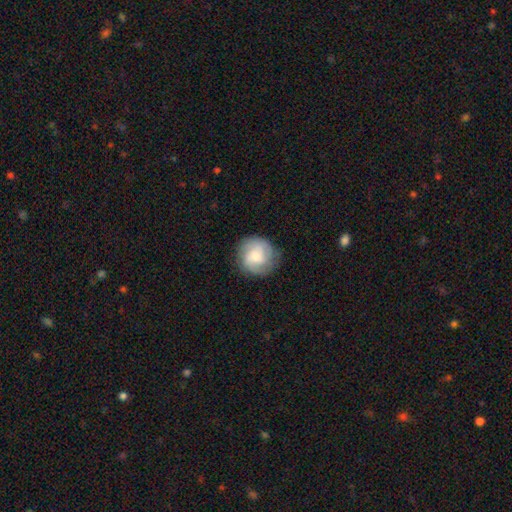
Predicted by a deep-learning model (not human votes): smooth_or_featured: smooth (p=0.50) [alt: featured or disk p=0.43]
how_rounded: round (p=0.89) [alt: in between p=0.10]
merging: none (p=0.79) [alt: minor disturbance p=0.15]